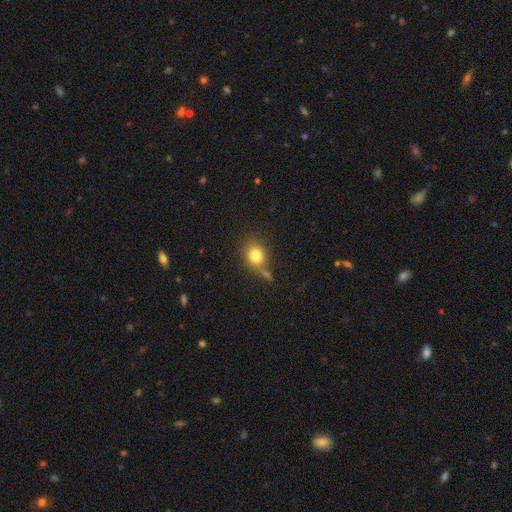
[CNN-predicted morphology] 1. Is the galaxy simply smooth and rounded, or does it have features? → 80% smooth, 11% star or artifact, 9% featured or disk.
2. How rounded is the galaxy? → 59% round, 40% in between, 1% cigar-shaped.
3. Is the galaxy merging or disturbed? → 62% none, 17% minor disturbance, 14% merger, 6% major disturbance.